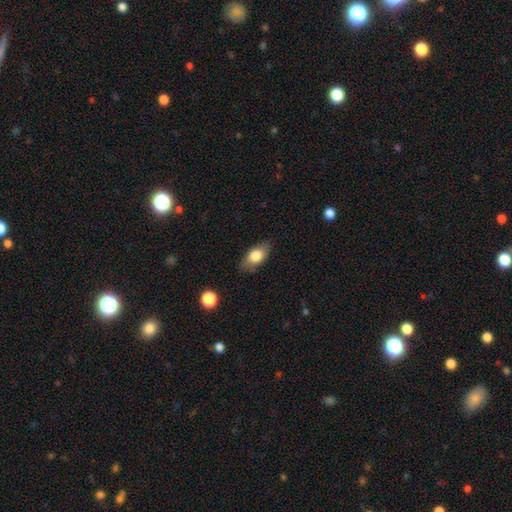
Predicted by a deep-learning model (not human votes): Morphology: type=smooth (75%); roundness=in between (86%); merging=none (79%).